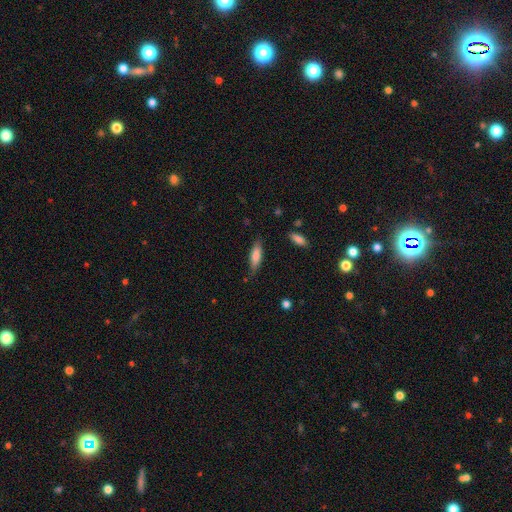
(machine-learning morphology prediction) type=smooth (75%); roundness=cigar-shaped (57%); merging=none (78%).